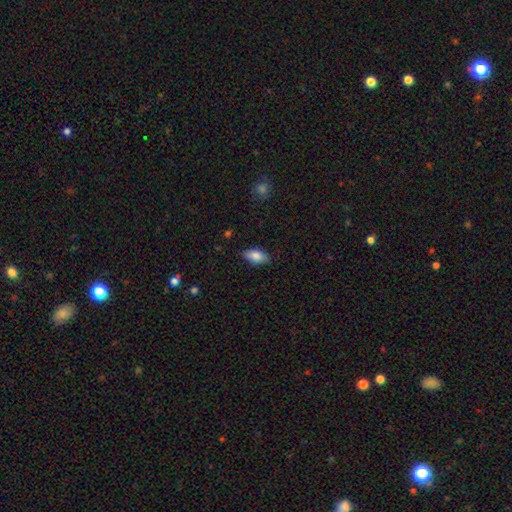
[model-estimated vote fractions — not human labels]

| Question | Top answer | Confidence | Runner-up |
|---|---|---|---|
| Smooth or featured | smooth | 81% | featured or disk (12%) |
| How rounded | in between | 90% | cigar-shaped (6%) |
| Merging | none | 83% | minor disturbance (13%) |